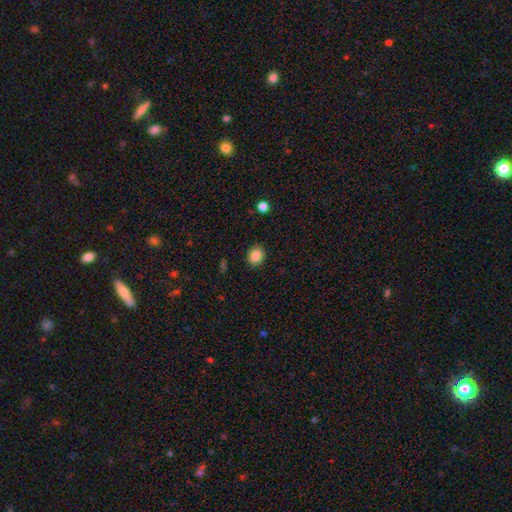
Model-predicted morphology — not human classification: smooth_or_featured: smooth (p=0.86) [alt: star or artifact p=0.09]
how_rounded: round (p=0.53) [alt: in between p=0.46]
merging: none (p=0.89) [alt: minor disturbance p=0.08]